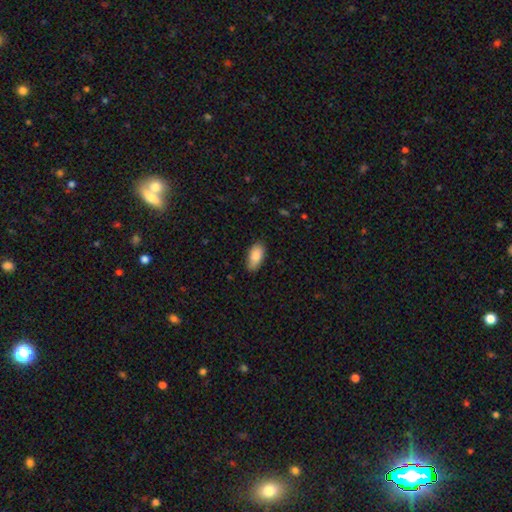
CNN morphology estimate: Q: Smooth or featured?
A: smooth (84%); runner-up: featured or disk (9%)
Q: How rounded?
A: in between (93%); runner-up: cigar-shaped (5%)
Q: Merging?
A: none (83%); runner-up: minor disturbance (14%)